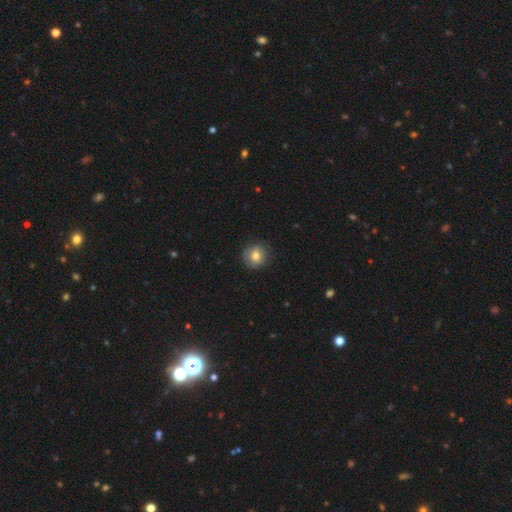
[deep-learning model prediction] smooth 76%, featured or disk 15%, star or artifact 9%. Down the decision tree: how rounded — round (90%); merging — none (83%).